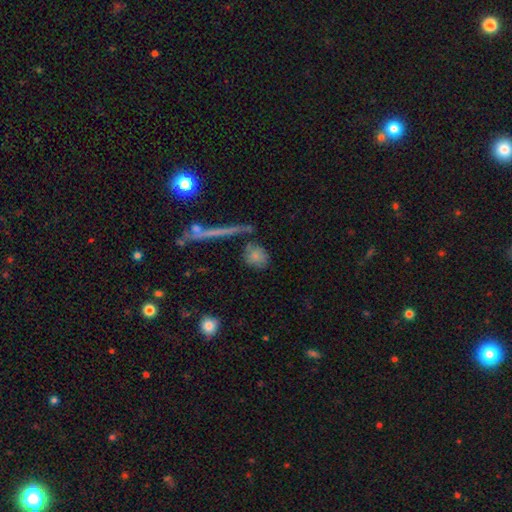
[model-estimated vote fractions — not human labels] smooth-or-featured: smooth: 74% | featured or disk: 16% | star or artifact: 10%
  how-rounded: round: 65% | in between: 28% | cigar-shaped: 8%
  merging: none: 66% | minor disturbance: 18% | merger: 10% | major disturbance: 7%